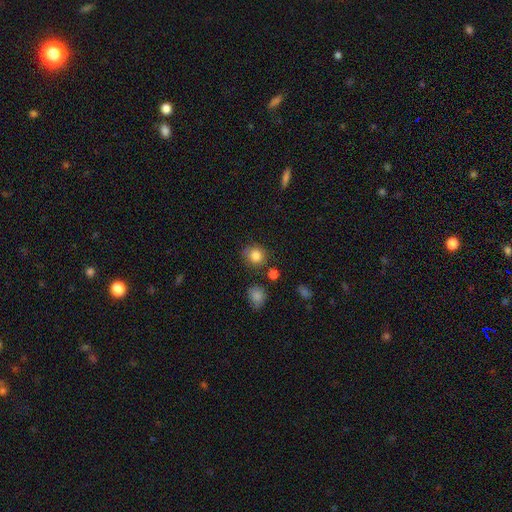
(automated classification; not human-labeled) Smooth or featured: smooth — 83% (star or artifact — 11%)
How rounded: round — 81% (in between — 18%)
Merging: none — 75% (minor disturbance — 15%)